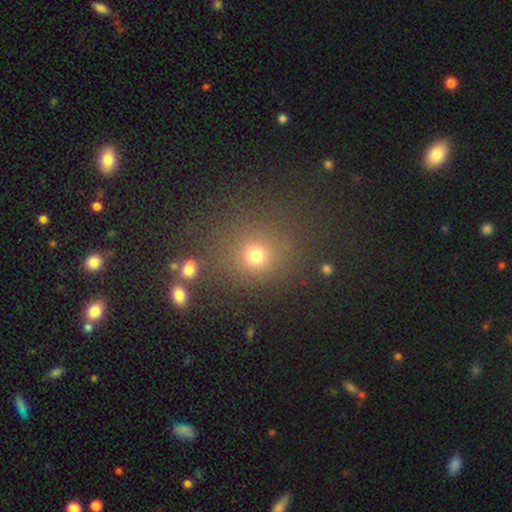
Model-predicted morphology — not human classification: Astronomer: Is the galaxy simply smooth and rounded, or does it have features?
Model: smooth — 71%.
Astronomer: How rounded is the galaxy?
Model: round — 80%.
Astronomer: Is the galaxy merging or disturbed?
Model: none — 76%.